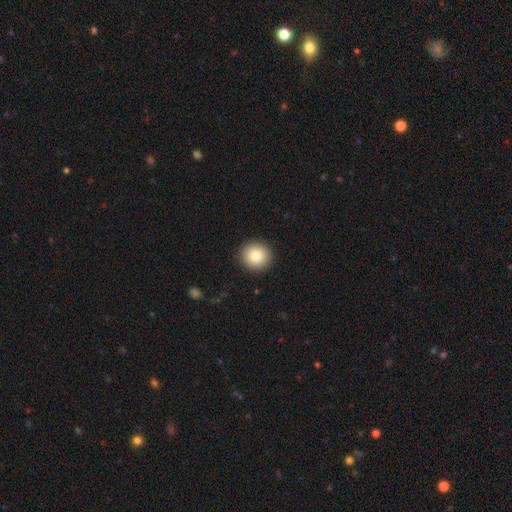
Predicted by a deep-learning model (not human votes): Smooth or featured: smooth — 81% (featured or disk — 10%)
How rounded: round — 90% (in between — 10%)
Merging: none — 92% (minor disturbance — 6%)